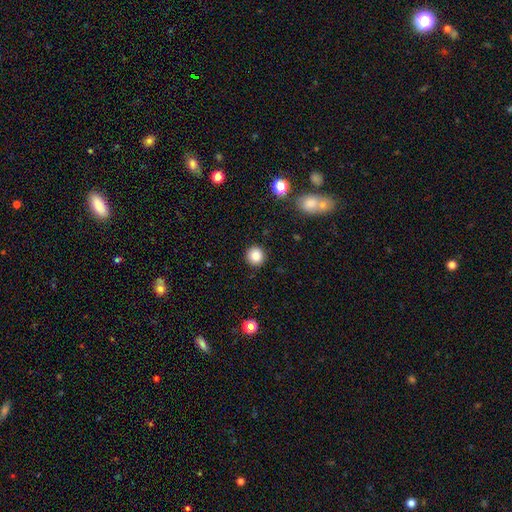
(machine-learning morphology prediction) This is clearly a smooth galaxy (85%). How rounded: clearly round (93%). Merging: clearly none (91%).